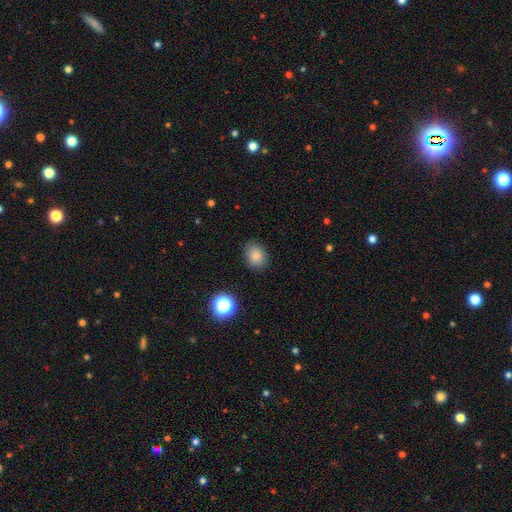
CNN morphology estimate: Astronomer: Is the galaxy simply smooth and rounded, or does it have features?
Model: smooth — 82%.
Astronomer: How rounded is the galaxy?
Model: in between — 54% (runner-up: round, 45%).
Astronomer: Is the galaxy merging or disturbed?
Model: none — 85%.